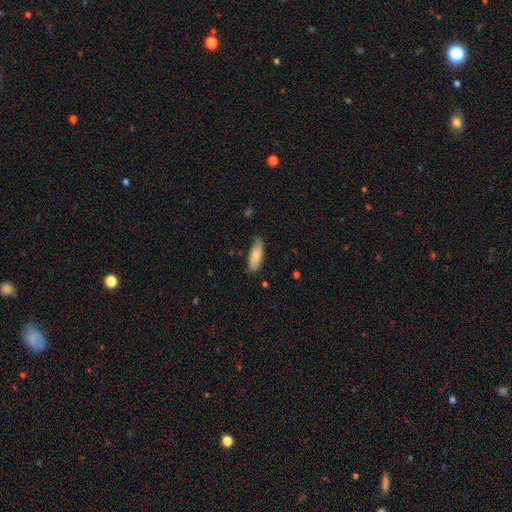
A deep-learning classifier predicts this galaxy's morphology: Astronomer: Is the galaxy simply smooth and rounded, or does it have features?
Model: smooth — 82%.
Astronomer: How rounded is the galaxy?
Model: in between — 71%.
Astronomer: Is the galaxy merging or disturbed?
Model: none — 74%.